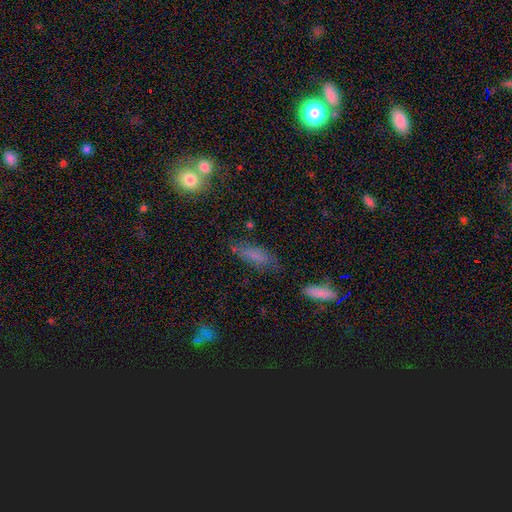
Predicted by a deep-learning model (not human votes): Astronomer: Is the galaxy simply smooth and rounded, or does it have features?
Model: smooth — 72%.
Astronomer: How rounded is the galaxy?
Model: in between — 58% (runner-up: cigar-shaped, 39%).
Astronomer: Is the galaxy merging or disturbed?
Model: none — 63%.